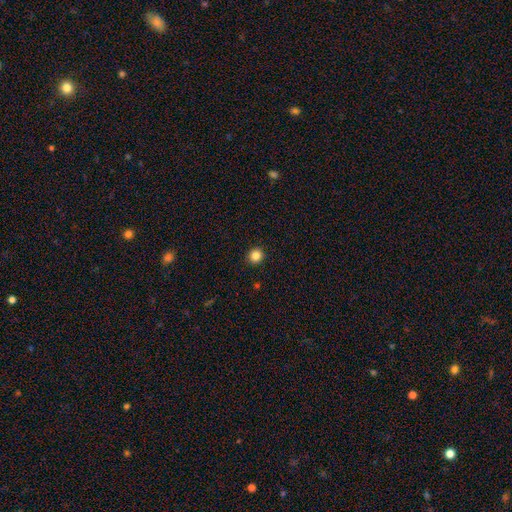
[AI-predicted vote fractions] Smooth or featured? smooth (85%)
How rounded? round (89%)
Merging? none (92%)